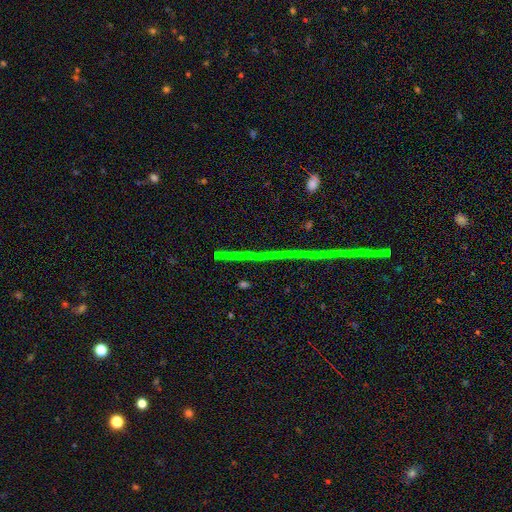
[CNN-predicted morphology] This appears to be a star or artifact, not a galaxy (82%).